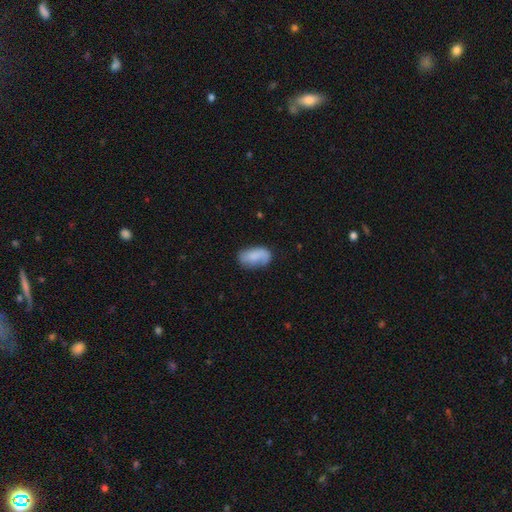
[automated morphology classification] Smooth or featured: smooth — 71% (featured or disk — 22%)
How rounded: in between — 93% (round — 5%)
Merging: none — 60% (minor disturbance — 27%)